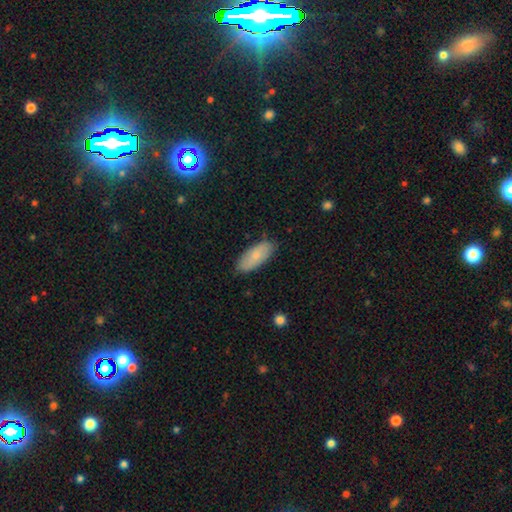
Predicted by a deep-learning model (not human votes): smooth_or_featured: smooth (p=0.78) [alt: featured or disk p=0.16]
how_rounded: in between (p=0.84) [alt: cigar-shaped p=0.14]
merging: none (p=0.84) [alt: minor disturbance p=0.13]